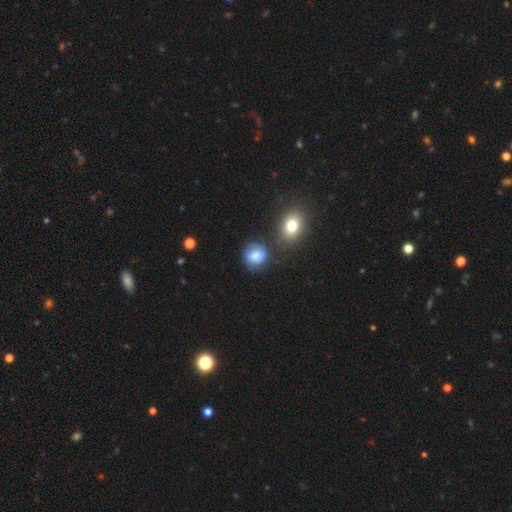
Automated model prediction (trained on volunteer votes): Overall: smooth (64%; featured or disk 25%). How rounded: round (80%). Merging: none (68%).